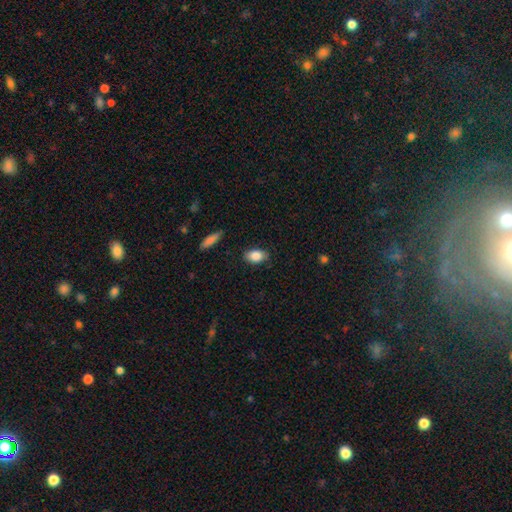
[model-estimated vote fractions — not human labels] The model was most divided on "merging": none: 83%, minor disturbance: 13%, major disturbance: 3%, merger: 1%. More confident: smooth or featured — smooth (86%); how rounded — in between (85%).